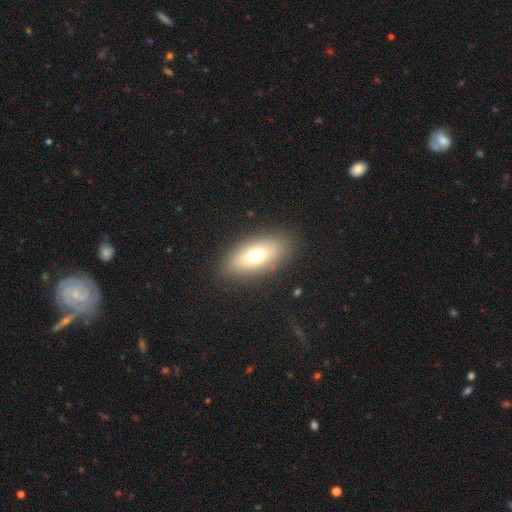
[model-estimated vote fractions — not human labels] The model was most divided on "smooth or featured": smooth: 68%, featured or disk: 23%, star or artifact: 9%. More confident: merging — none (87%); how rounded — in between (83%).